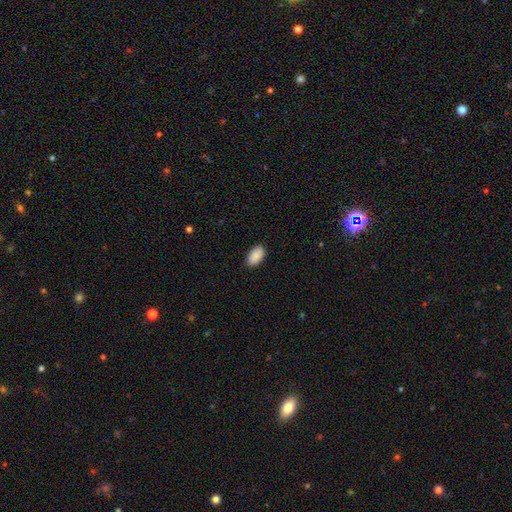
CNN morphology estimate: Smooth or featured? Predicted: smooth (p=0.90). How rounded? Predicted: in between (p=0.95). Merging? Predicted: none (p=0.87).